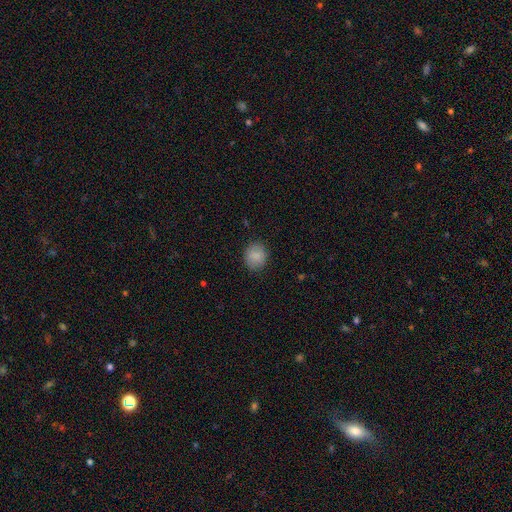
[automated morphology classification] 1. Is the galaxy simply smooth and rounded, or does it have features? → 87% smooth, 8% star or artifact, 5% featured or disk.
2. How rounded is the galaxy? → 68% round, 31% in between, 1% cigar-shaped.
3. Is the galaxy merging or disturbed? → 84% none, 12% minor disturbance, 3% major disturbance, 1% merger.